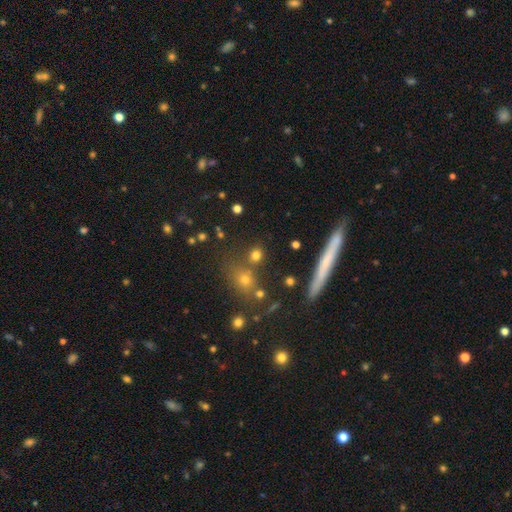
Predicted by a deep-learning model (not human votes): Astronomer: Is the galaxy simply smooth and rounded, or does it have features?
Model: smooth — 71%.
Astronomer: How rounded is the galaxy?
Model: round — 76%.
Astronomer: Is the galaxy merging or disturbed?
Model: none — 75%.